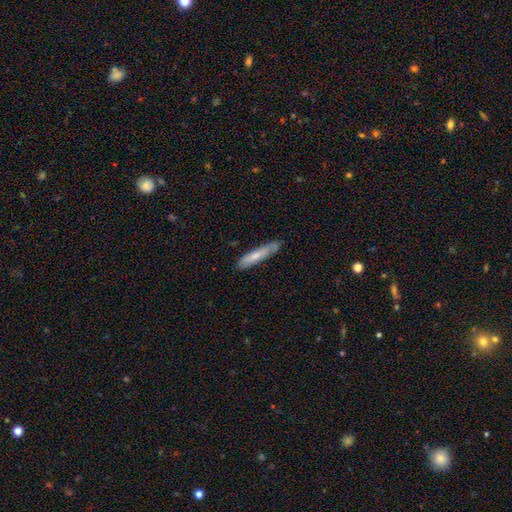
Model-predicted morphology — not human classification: smooth-or-featured: smooth: 66% | featured or disk: 28% | star or artifact: 6%
  how-rounded: cigar-shaped: 86% | in between: 13% | round: 1%
  merging: none: 78% | minor disturbance: 18% | major disturbance: 3% | merger: 2%